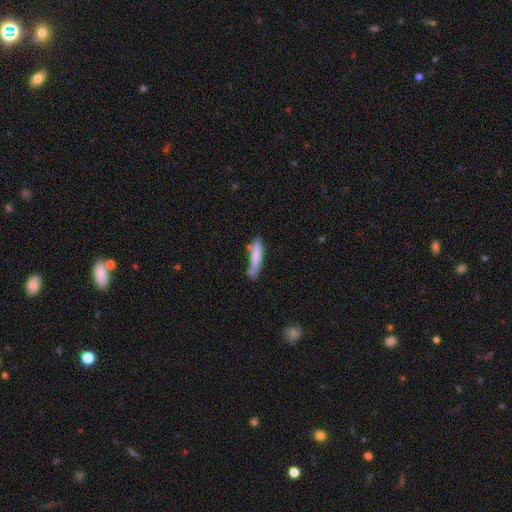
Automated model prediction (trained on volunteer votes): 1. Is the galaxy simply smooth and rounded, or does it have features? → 76% smooth, 17% featured or disk, 6% star or artifact.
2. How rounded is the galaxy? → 81% cigar-shaped, 17% in between, 1% round.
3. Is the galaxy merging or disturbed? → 57% none, 26% minor disturbance, 10% merger, 7% major disturbance.